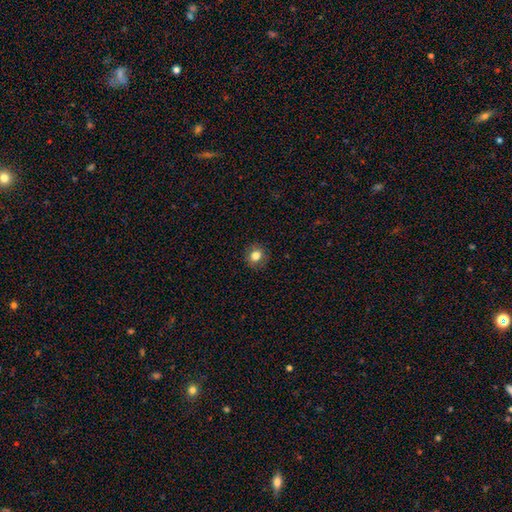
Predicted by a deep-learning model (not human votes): Smooth or featured? Predicted: smooth (p=0.80). How rounded? Predicted: round (p=0.81). Merging? Predicted: none (p=0.88).